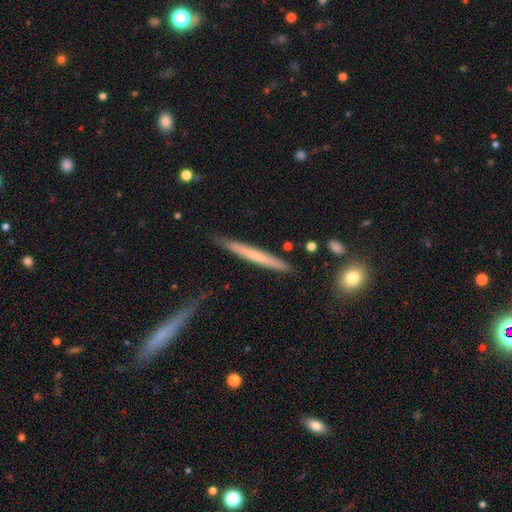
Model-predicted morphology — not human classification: A smooth galaxy with no disk features (51%) that is cigar-shaped (97%).

Vote fractions:
- Smooth or featured? smooth: 51% / featured or disk: 43% / star or artifact: 6%
- How rounded? cigar-shaped: 97% / in between: 2% / round: 1%
- Merging? none: 83% / minor disturbance: 13% / major disturbance: 2% / merger: 2%